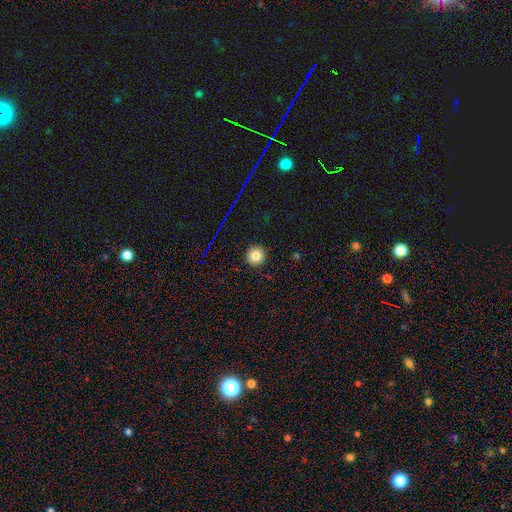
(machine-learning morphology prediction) smooth-or-featured: smooth: 78% | star or artifact: 14% | featured or disk: 7%
  how-rounded: round: 95% | in between: 4% | cigar-shaped: 1%
  merging: none: 91% | minor disturbance: 6% | major disturbance: 2% | merger: 1%